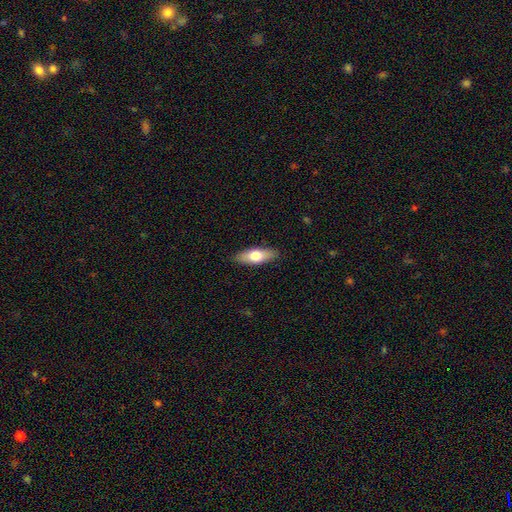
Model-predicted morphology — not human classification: smooth-or-featured: smooth: 68% | featured or disk: 26% | star or artifact: 6%
  how-rounded: in between: 70% | cigar-shaped: 27% | round: 3%
  merging: none: 88% | minor disturbance: 9% | major disturbance: 2% | merger: 1%